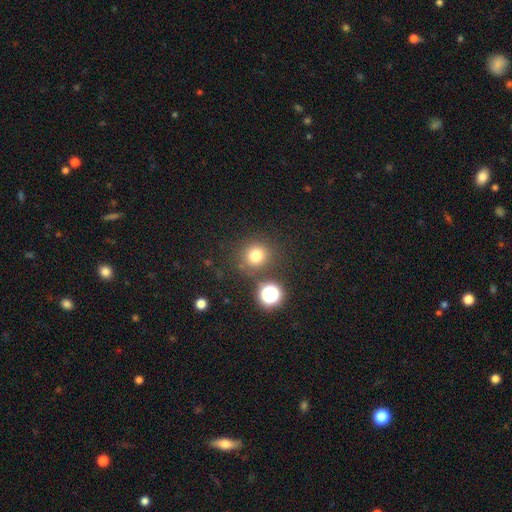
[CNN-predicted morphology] smooth_or_featured: smooth (p=0.76) [alt: star or artifact p=0.17]
how_rounded: round (p=0.91) [alt: in between p=0.08]
merging: none (p=0.80) [alt: minor disturbance p=0.09]